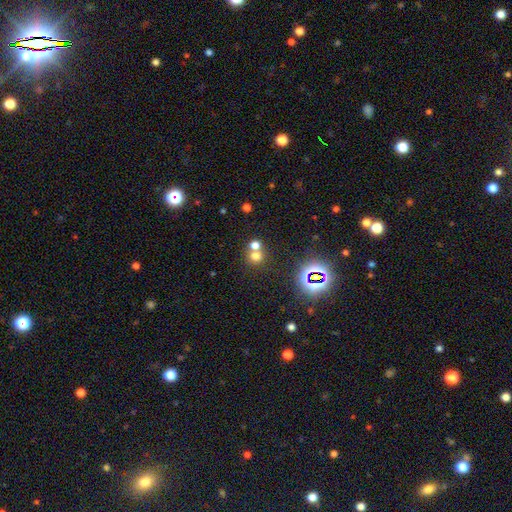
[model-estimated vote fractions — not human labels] A smooth galaxy with no disk features (64%) that is round (86%). Merging: none (50%).